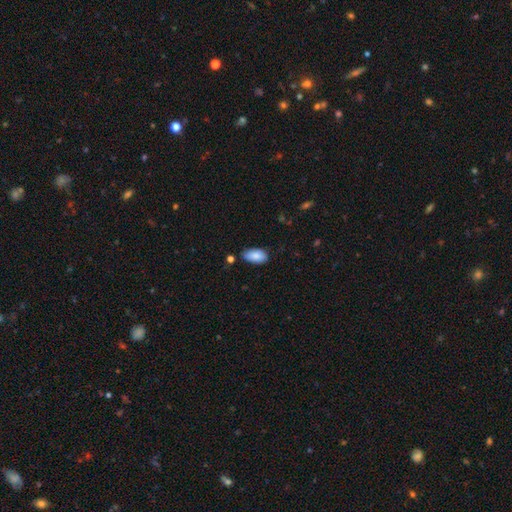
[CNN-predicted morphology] smooth 86%, featured or disk 8%, star or artifact 7%. Down the decision tree: how rounded — in between (95%); merging — none (77%).